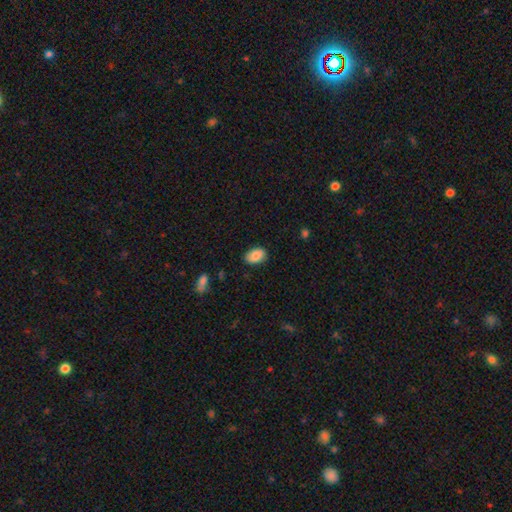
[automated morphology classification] Smooth or featured: smooth — 86% (featured or disk — 7%)
How rounded: in between — 89% (round — 10%)
Merging: none — 85% (minor disturbance — 12%)